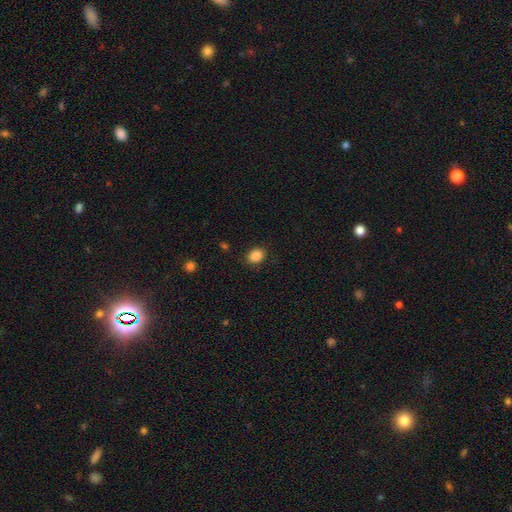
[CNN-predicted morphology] The model was most divided on "how rounded": in between: 52%, round: 47%, cigar-shaped: 1%. More confident: merging — none (87%); smooth or featured — smooth (87%).